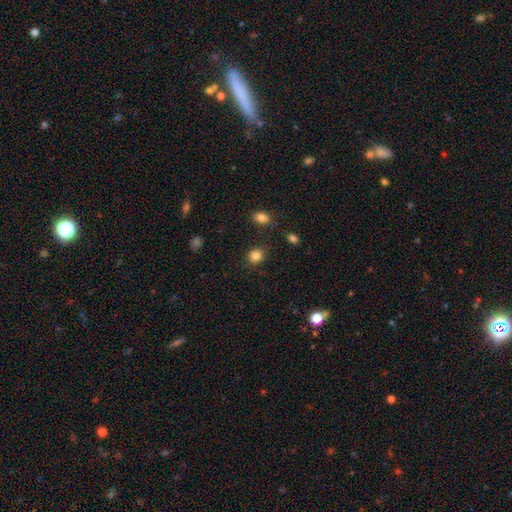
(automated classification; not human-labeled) Smooth or featured?
  - smooth: 85% *
  - star or artifact: 10%
  - featured or disk: 5%
How rounded?
  - round: 71% *
  - in between: 29%
  - cigar-shaped: 1%
Merging?
  - none: 84% *
  - minor disturbance: 10%
  - major disturbance: 3%
  - merger: 3%